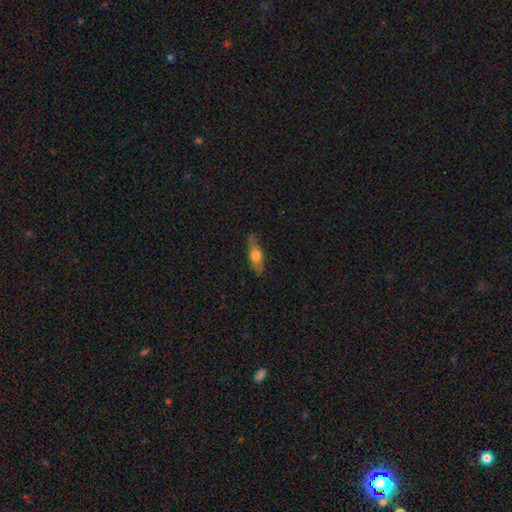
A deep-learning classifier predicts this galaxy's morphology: Smooth or featured? Predicted: smooth (p=0.55). How rounded? Predicted: cigar-shaped (p=0.50). Merging? Predicted: none (p=0.82).